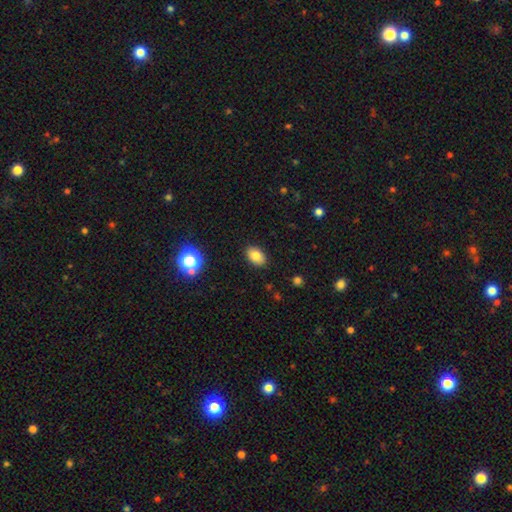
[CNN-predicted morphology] A smooth galaxy with no disk features (82%) that is in between round and cigar-shaped (85%).

Vote fractions:
- Smooth or featured? smooth: 82% / star or artifact: 10% / featured or disk: 8%
- How rounded? in between: 85% / round: 13% / cigar-shaped: 1%
- Merging? none: 88% / minor disturbance: 8% / major disturbance: 2% / merger: 1%